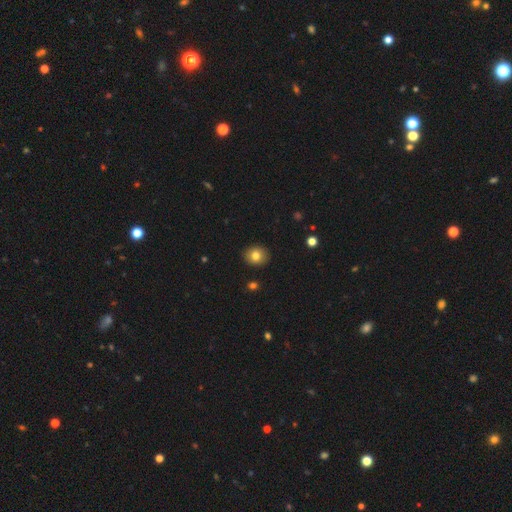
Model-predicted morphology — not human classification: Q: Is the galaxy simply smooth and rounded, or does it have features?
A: smooth — 81%.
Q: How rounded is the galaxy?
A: round — 72%.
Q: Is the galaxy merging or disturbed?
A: none — 91%.